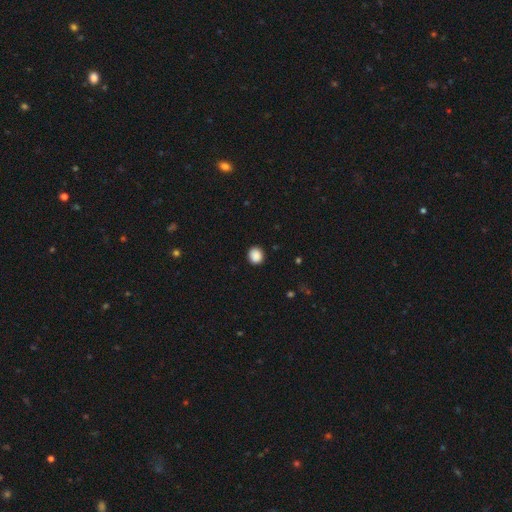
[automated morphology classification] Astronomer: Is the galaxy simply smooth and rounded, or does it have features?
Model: smooth — 89%.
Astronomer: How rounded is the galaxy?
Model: round — 84%.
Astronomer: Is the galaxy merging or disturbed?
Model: none — 91%.